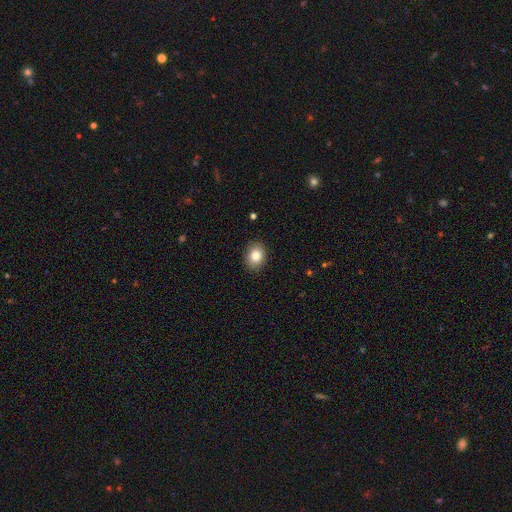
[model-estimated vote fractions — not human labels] smooth_or_featured: smooth (p=0.83) [alt: star or artifact p=0.09]
how_rounded: in between (p=0.55) [alt: round p=0.44]
merging: none (p=0.89) [alt: minor disturbance p=0.08]